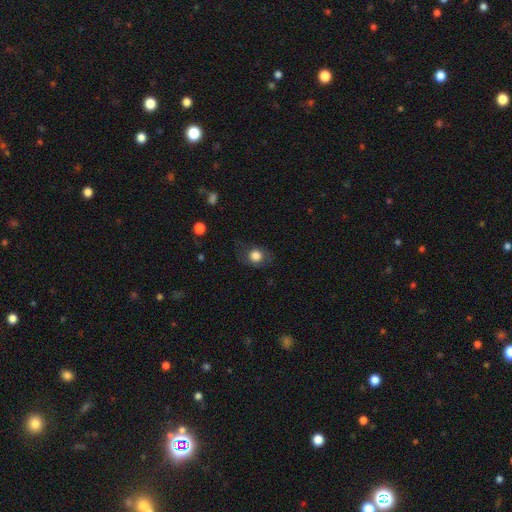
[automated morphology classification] A smooth galaxy with no disk features (74%) that is round (66%).

Vote fractions:
- Smooth or featured? smooth: 74% / featured or disk: 16% / star or artifact: 10%
- How rounded? round: 66% / in between: 33% / cigar-shaped: 1%
- Merging? none: 69% / minor disturbance: 19% / major disturbance: 11% / merger: 1%